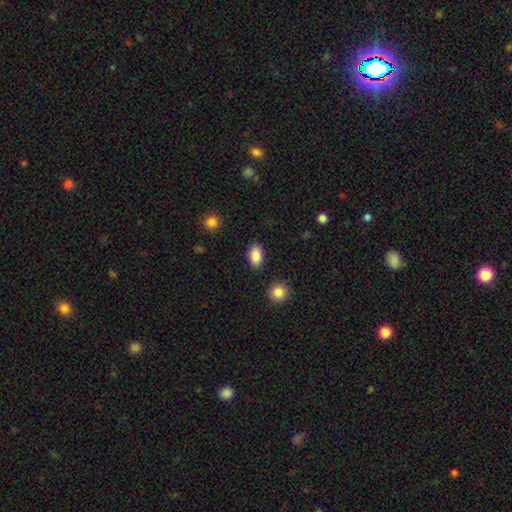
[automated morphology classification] This appears to be a smooth galaxy with no disk features (88%) that is in between round and cigar-shaped (90%). Merging: none (87%).